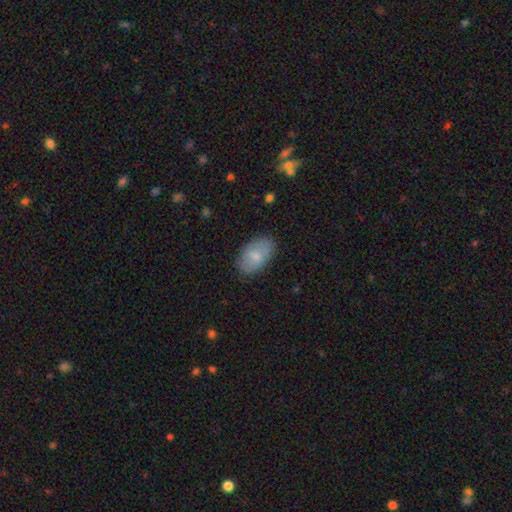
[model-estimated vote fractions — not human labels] This is likely a smooth galaxy (77%). How rounded: clearly in between (93%). Merging: clearly none (83%).